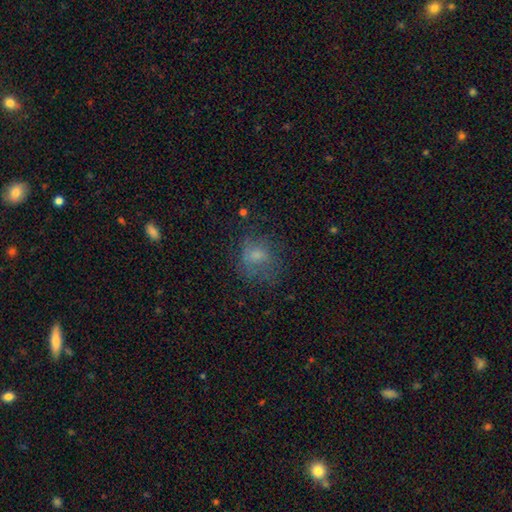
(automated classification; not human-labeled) Smooth or featured? Predicted: smooth (p=0.60). How rounded? Predicted: round (p=0.63). Merging? Predicted: none (p=0.54).